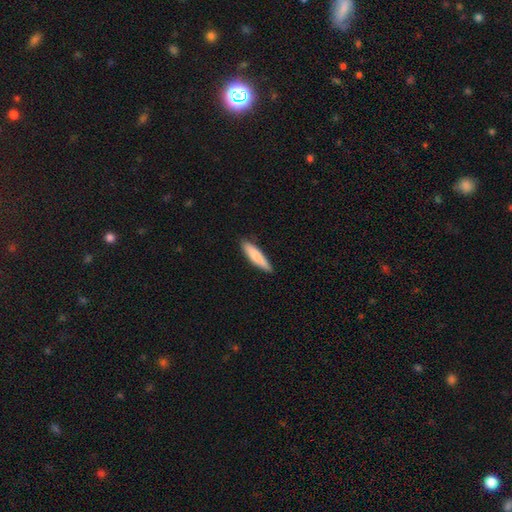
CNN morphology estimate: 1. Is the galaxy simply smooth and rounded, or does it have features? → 81% smooth, 14% featured or disk, 5% star or artifact.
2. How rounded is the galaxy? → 76% cigar-shaped, 22% in between, 1% round.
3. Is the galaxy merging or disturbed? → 87% none, 10% minor disturbance, 2% major disturbance, 1% merger.